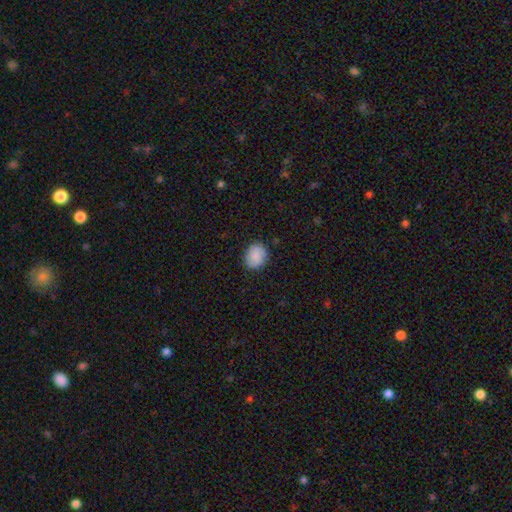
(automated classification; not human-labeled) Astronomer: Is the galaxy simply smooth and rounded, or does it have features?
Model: smooth — 84%.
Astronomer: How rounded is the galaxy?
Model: round — 65%.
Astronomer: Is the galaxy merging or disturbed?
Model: none — 86%.